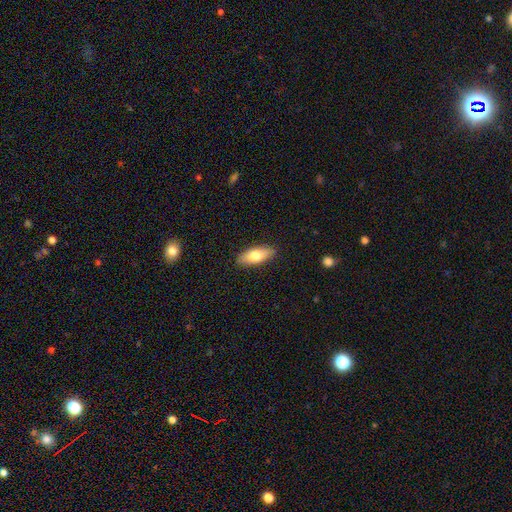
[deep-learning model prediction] Smooth or featured? Predicted: smooth (p=0.75). How rounded? Predicted: in between (p=0.79). Merging? Predicted: none (p=0.88).